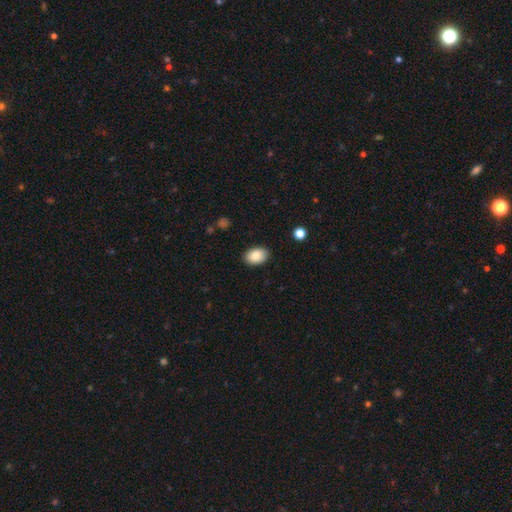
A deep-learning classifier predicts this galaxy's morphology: The model was most divided on "how rounded": in between: 86%, round: 13%, cigar-shaped: 1%. More confident: merging — none (88%); smooth or featured — smooth (84%).